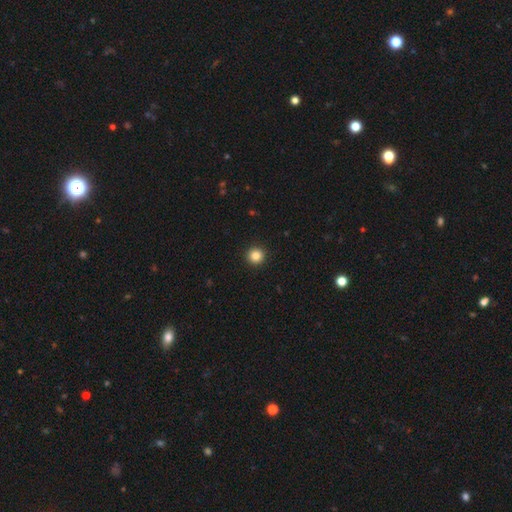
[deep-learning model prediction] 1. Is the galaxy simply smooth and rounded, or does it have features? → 85% smooth, 11% star or artifact, 4% featured or disk.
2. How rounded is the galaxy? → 96% round, 3% in between, 1% cigar-shaped.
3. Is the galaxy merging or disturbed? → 94% none, 4% minor disturbance, 1% major disturbance, 1% merger.